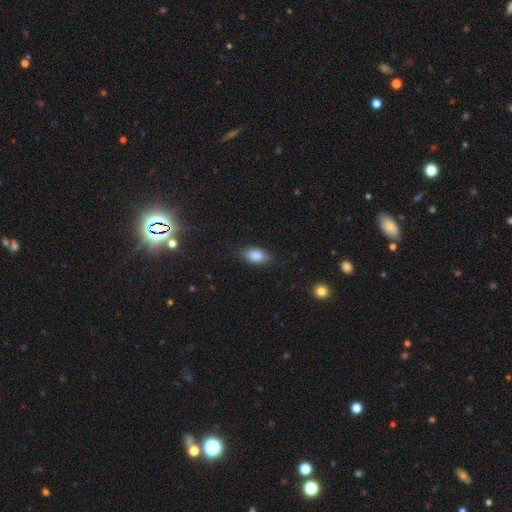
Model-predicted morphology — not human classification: A smooth galaxy with no disk features (84%) that is in between round and cigar-shaped (89%). Merging: none (79%).